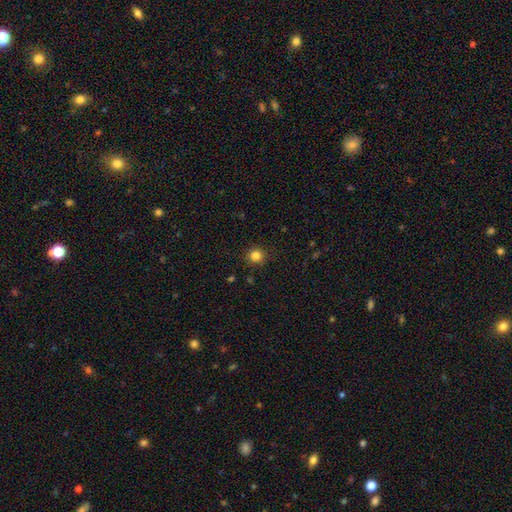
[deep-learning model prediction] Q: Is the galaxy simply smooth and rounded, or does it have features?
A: smooth — 83%.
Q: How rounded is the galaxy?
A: round — 93%.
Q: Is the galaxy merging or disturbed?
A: none — 91%.